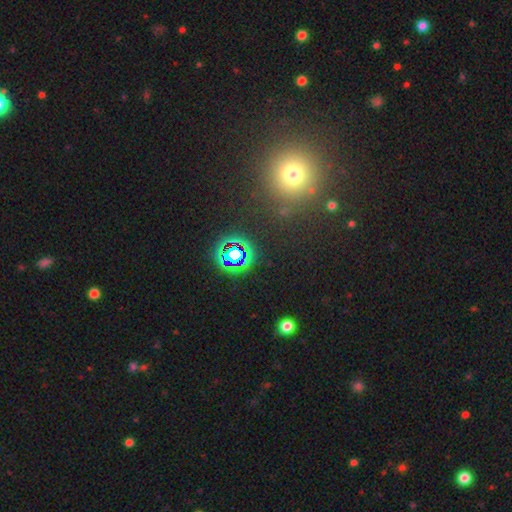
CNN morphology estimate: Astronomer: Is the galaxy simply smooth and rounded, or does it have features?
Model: star or artifact — 62%.